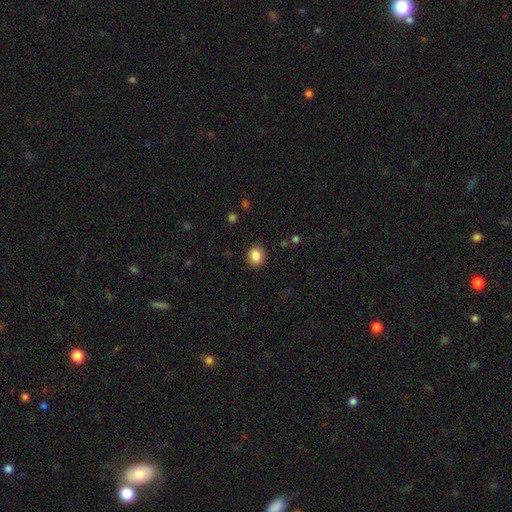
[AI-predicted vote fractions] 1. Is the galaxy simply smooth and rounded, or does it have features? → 86% smooth, 9% star or artifact, 5% featured or disk.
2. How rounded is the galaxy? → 69% round, 30% in between, 1% cigar-shaped.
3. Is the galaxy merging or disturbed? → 89% none, 8% minor disturbance, 2% major disturbance, 1% merger.